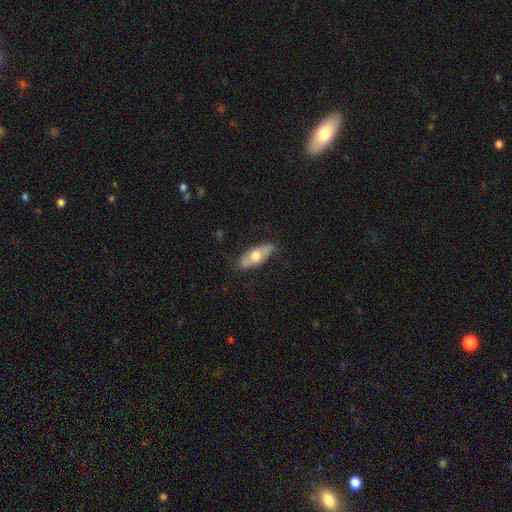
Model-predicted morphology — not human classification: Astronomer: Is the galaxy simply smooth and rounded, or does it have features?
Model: smooth — 56% (runner-up: featured or disk, 38%).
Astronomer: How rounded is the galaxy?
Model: in between — 72%.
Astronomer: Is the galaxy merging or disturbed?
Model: none — 77%.